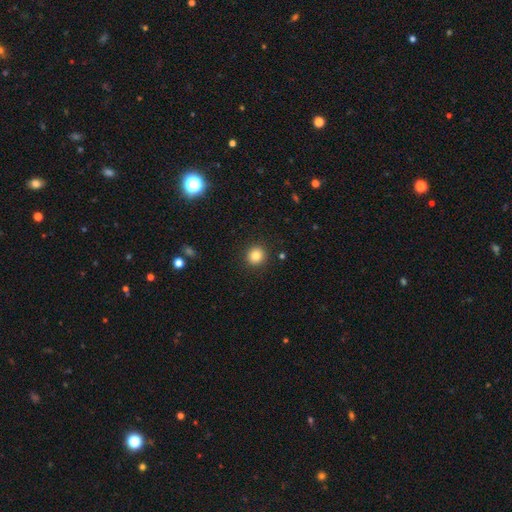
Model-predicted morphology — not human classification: Smooth or featured?
  - smooth: 84% *
  - star or artifact: 11%
  - featured or disk: 5%
How rounded?
  - round: 91% *
  - in between: 8%
  - cigar-shaped: 1%
Merging?
  - none: 91% *
  - minor disturbance: 5%
  - major disturbance: 2%
  - merger: 1%